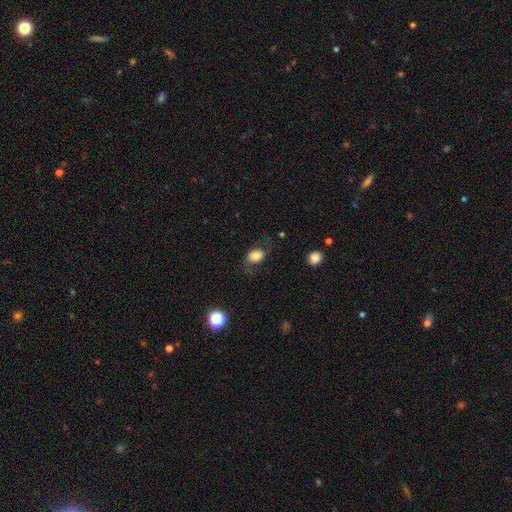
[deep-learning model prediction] Smooth or featured? smooth (62%)
How rounded? in between (57%)
Merging? none (65%)